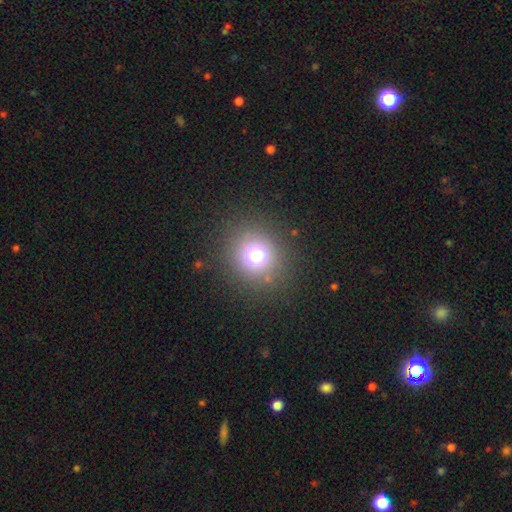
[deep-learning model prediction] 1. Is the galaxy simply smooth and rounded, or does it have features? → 68% smooth, 21% star or artifact, 11% featured or disk.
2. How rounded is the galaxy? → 89% round, 10% in between, 1% cigar-shaped.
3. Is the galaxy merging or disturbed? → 84% none, 7% minor disturbance, 4% major disturbance, 4% merger.